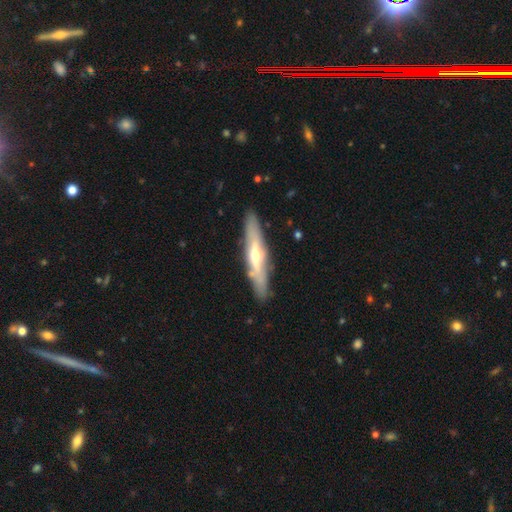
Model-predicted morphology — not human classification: Overall: featured or disk (66%; smooth 28%). Edge-on disk: yes (79%). Edge-on bulge: rounded (78%). Merging: none (84%).